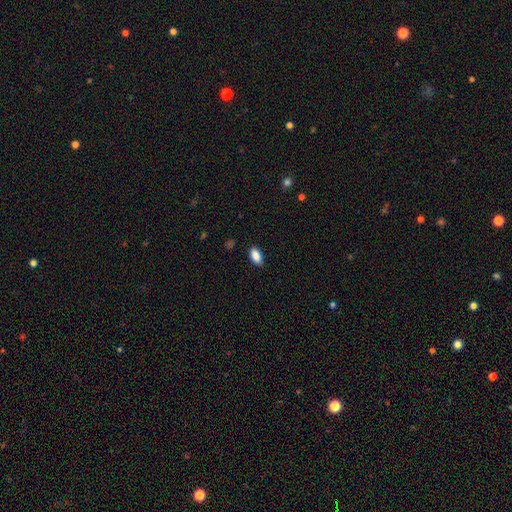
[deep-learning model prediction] Smooth or featured?
  - smooth: 89% *
  - star or artifact: 7%
  - featured or disk: 4%
How rounded?
  - in between: 91% *
  - cigar-shaped: 6%
  - round: 3%
Merging?
  - none: 87% *
  - minor disturbance: 10%
  - major disturbance: 2%
  - merger: 1%